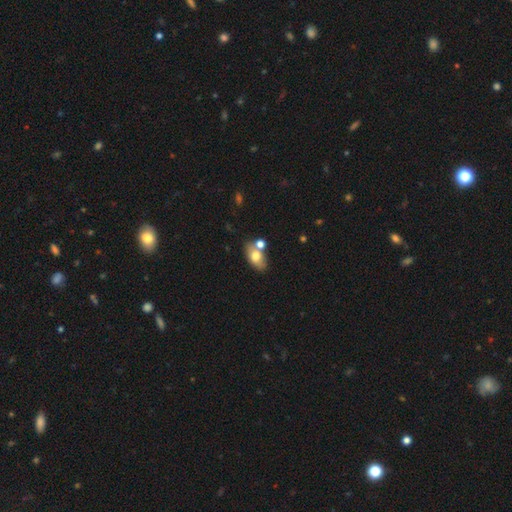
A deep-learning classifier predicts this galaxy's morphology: Smooth or featured? smooth (69%)
How rounded? in between (86%)
Merging? none (54%)